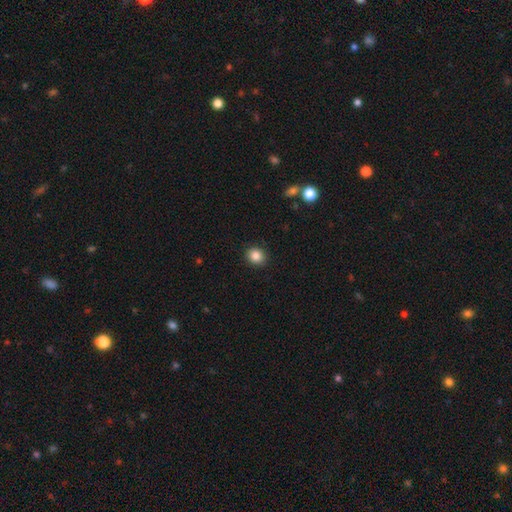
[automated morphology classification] type=smooth (86%); roundness=round (78%); merging=none (91%).